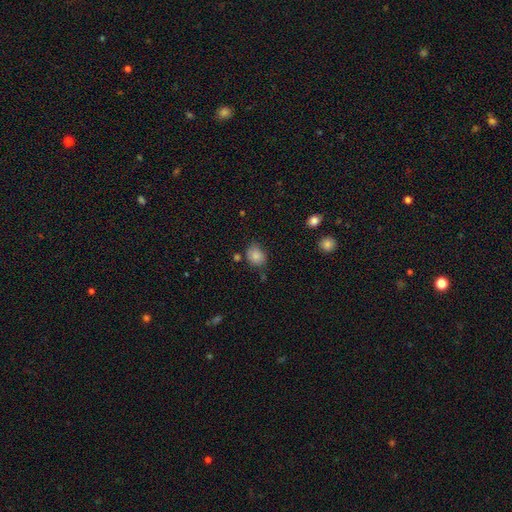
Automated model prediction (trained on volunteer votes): smooth 83%, star or artifact 10%, featured or disk 7%. Down the decision tree: how rounded — round (50%); merging — none (71%).